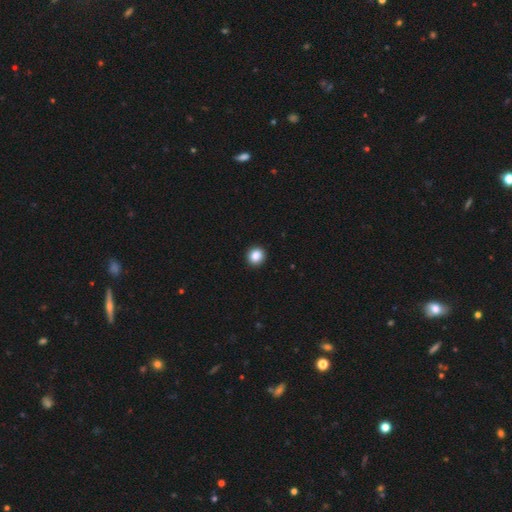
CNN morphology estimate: Overall: smooth (87%). How rounded: round (88%). Merging: none (93%).